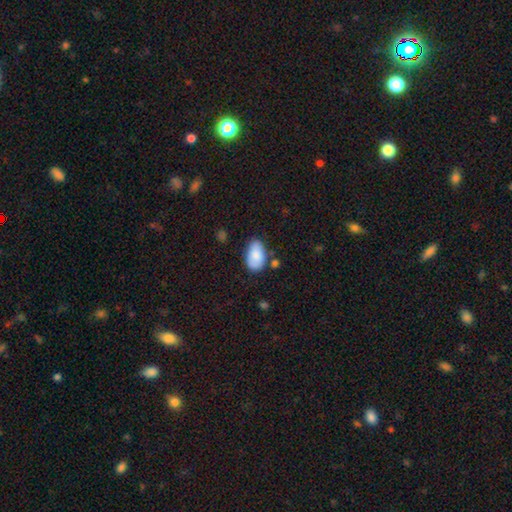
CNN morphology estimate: Smooth or featured: smooth — 82% (featured or disk — 11%)
How rounded: in between — 92% (round — 6%)
Merging: none — 63% (minor disturbance — 25%)